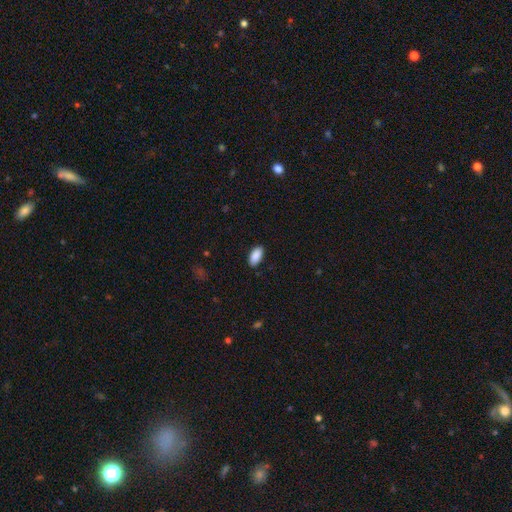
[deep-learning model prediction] smooth 90%, star or artifact 6%, featured or disk 4%. Down the decision tree: how rounded — in between (92%); merging — none (87%).